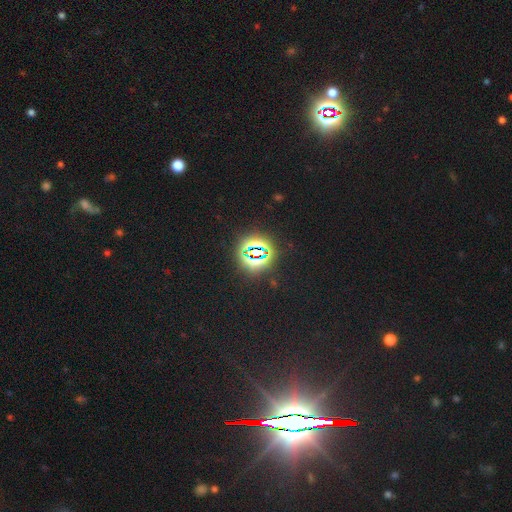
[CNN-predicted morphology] Smooth or featured? star or artifact (78%)